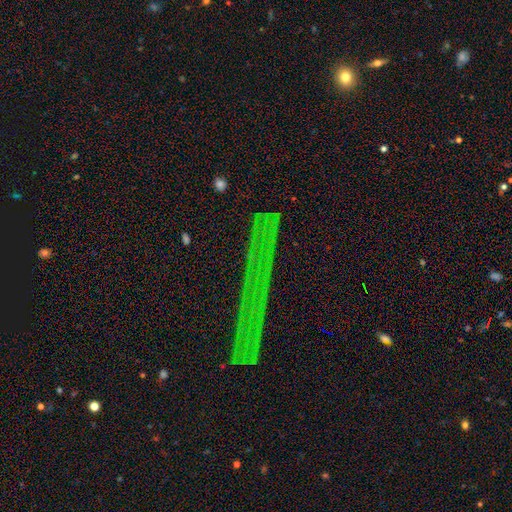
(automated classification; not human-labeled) Overall: star or artifact (67%).